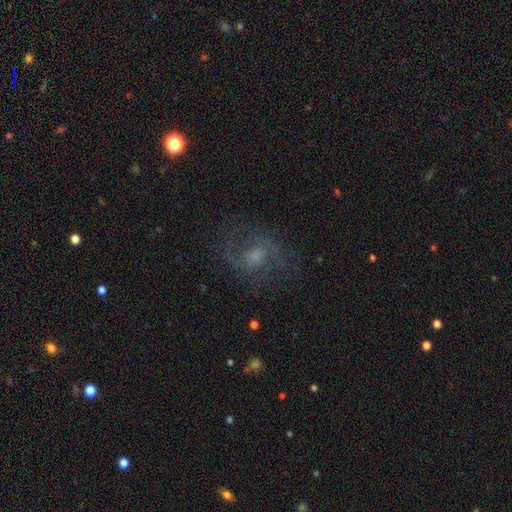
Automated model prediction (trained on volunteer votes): smooth_or_featured: featured or disk (p=0.71) [alt: smooth p=0.16]
disk_edge_on: no (p=0.97) [alt: yes p=0.03]
bar: no (p=0.59) [alt: weak p=0.36]
has_spiral_arms: yes (p=0.89) [alt: no p=0.11]
spiral_winding: medium (p=0.52) [alt: loose p=0.31]
spiral_arm_count: 2 (p=0.73) [alt: can't tell p=0.14]
bulge_size: moderate (p=0.44) [alt: small p=0.32]
merging: none (p=0.66) [alt: minor disturbance p=0.17]